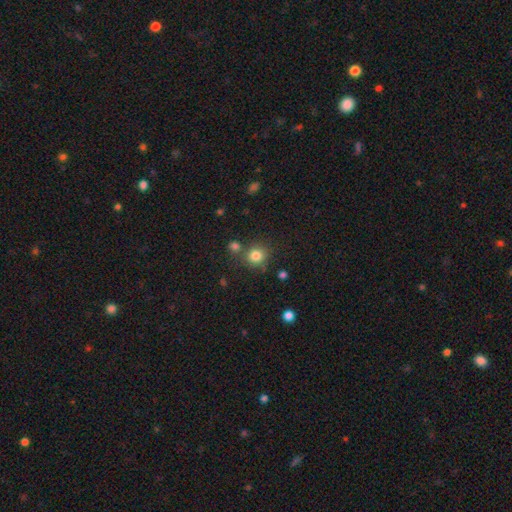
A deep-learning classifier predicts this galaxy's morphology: This is clearly a smooth galaxy (81%). How rounded: clearly round (90%). Merging: likely none (74%).